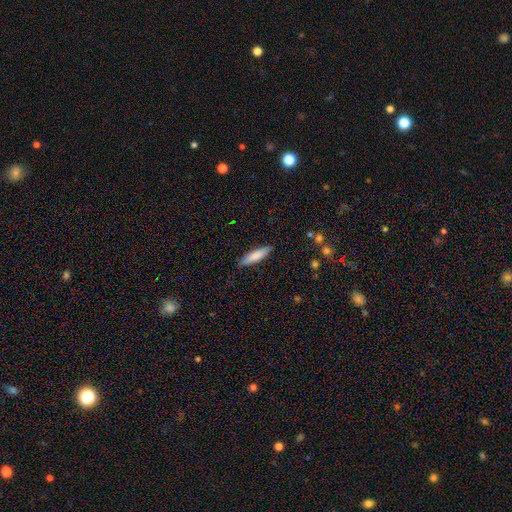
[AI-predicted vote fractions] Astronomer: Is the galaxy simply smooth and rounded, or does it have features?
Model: smooth — 80%.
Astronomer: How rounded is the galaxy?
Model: cigar-shaped — 75%.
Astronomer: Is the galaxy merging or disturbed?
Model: none — 87%.